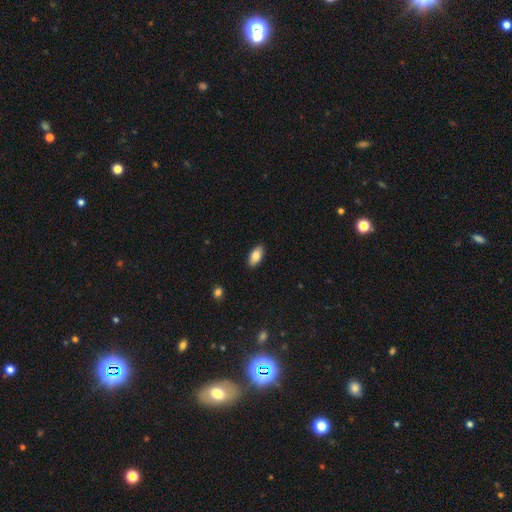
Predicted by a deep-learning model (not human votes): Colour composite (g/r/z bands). It shows a smooth galaxy with no disk features (83%) that is in between round and cigar-shaped (92%). Merging: none (89%).